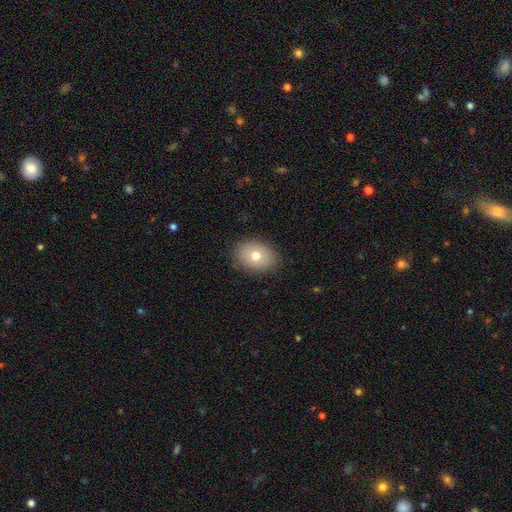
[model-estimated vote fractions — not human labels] Smooth or featured? smooth (74%)
How rounded? in between (69%)
Merging? none (86%)